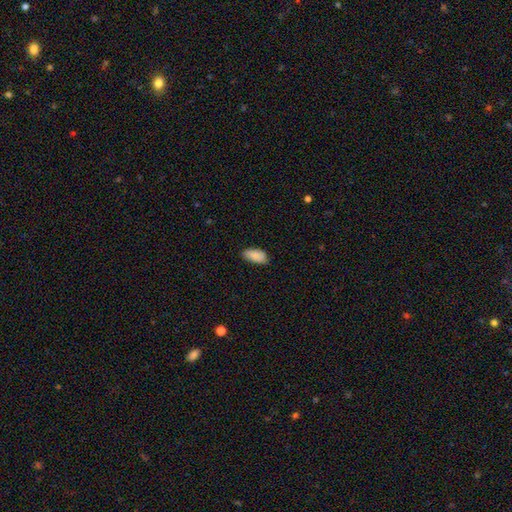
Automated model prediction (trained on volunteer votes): This is clearly a smooth galaxy (88%). How rounded: clearly in between (93%). Merging: likely none (78%).